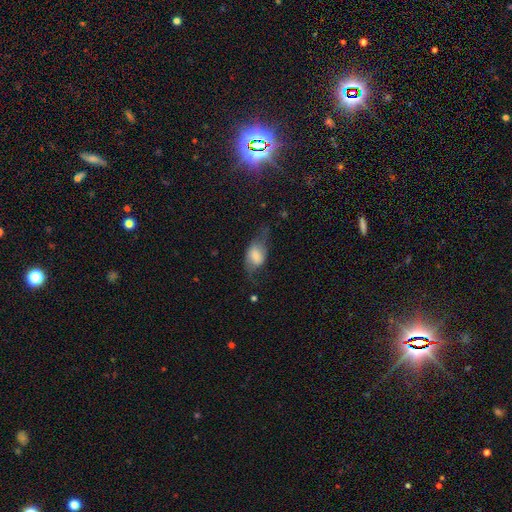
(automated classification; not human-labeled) Q: Smooth or featured?
A: smooth (49%); runner-up: featured or disk (42%)
Q: Merging?
A: none (43%); runner-up: major disturbance (27%)